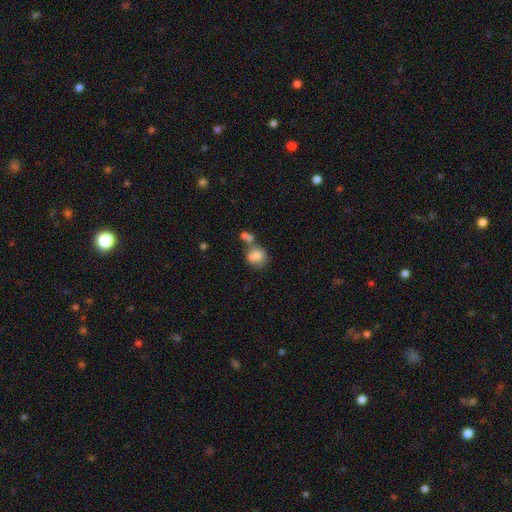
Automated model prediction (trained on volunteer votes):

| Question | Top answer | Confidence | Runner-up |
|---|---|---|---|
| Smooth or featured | smooth | 77% | featured or disk (14%) |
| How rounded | round | 58% | in between (40%) |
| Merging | merger | 37% | tied: none (37%) |